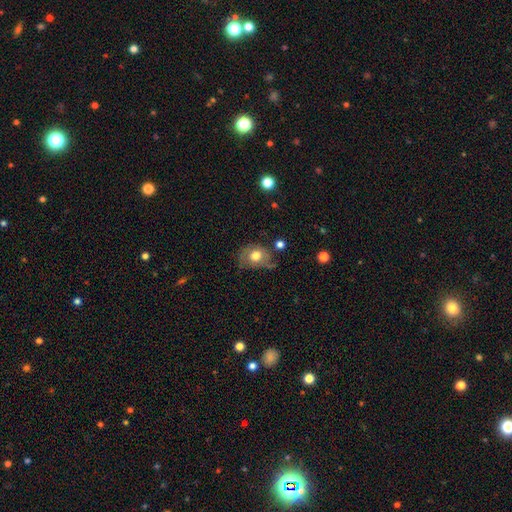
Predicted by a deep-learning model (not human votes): A smooth galaxy with no disk features (66%) that is round (54%).

Vote fractions:
- Smooth or featured? smooth: 66% / featured or disk: 25% / star or artifact: 9%
- How rounded? round: 54% / in between: 45% / cigar-shaped: 1%
- Merging? none: 49% / minor disturbance: 31% / major disturbance: 16% / merger: 5%